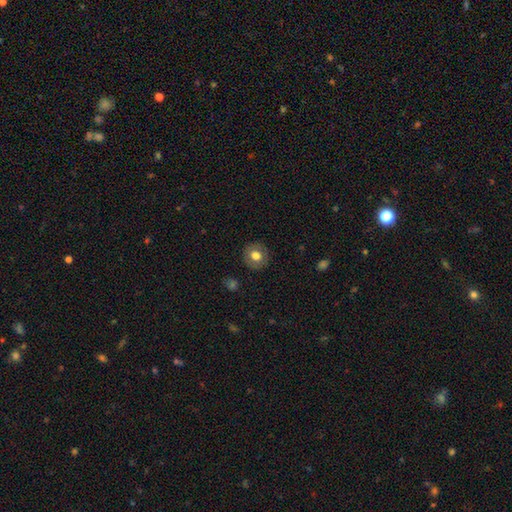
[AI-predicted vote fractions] Morphology: type=smooth (70%); roundness=round (89%); merging=none (88%).